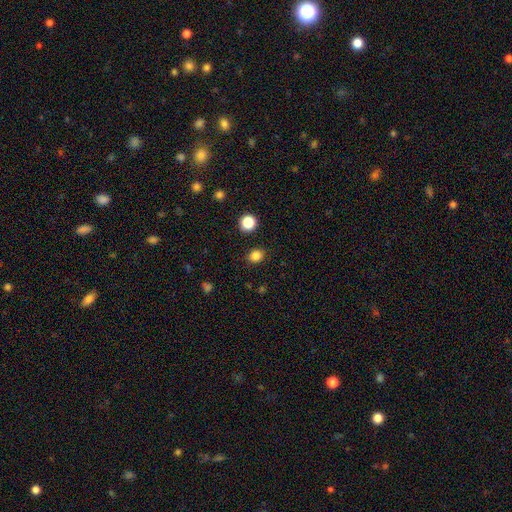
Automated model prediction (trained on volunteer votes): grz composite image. It shows a smooth galaxy with no disk features (84%) that is round (68%). Merging: none (88%).